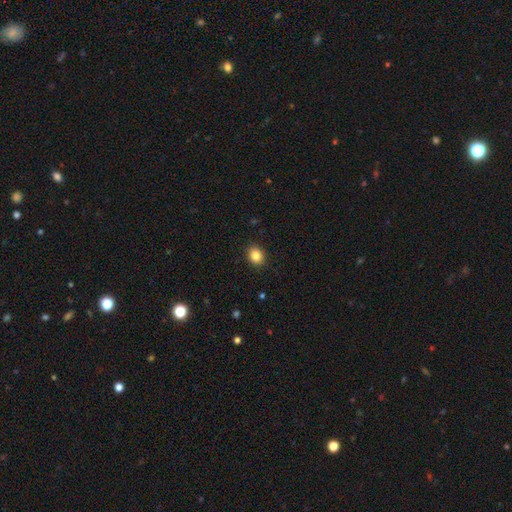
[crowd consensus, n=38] Smooth or featured? 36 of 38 (95%) said smooth. How rounded? 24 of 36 (67%) said in between. Merging? 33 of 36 (92%) said none.